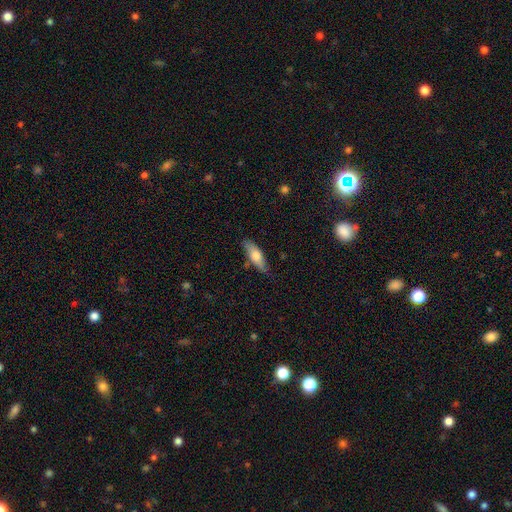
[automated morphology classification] Smooth or featured: smooth — 66% (featured or disk — 28%)
How rounded: in between — 54% (cigar-shaped — 44%)
Merging: none — 72% (minor disturbance — 21%)